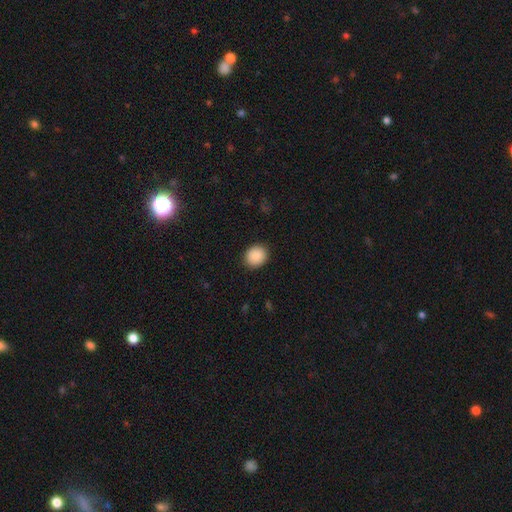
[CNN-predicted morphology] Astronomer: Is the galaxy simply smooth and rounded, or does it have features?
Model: smooth — 90%.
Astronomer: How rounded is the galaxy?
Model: round — 73%.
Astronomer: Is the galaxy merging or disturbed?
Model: none — 90%.